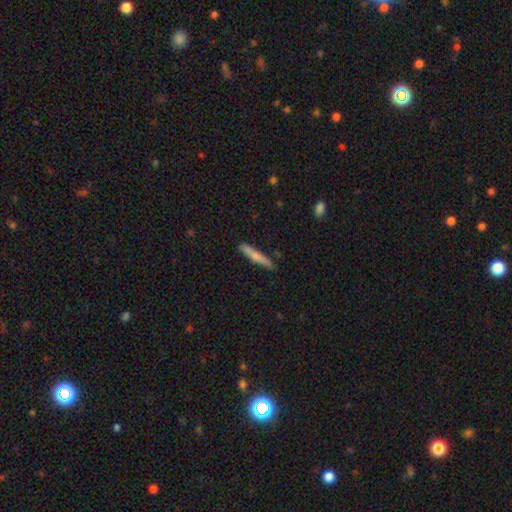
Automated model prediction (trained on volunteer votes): This is likely a smooth galaxy (63%). How rounded: clearly cigar-shaped (93%). Merging: clearly none (84%).